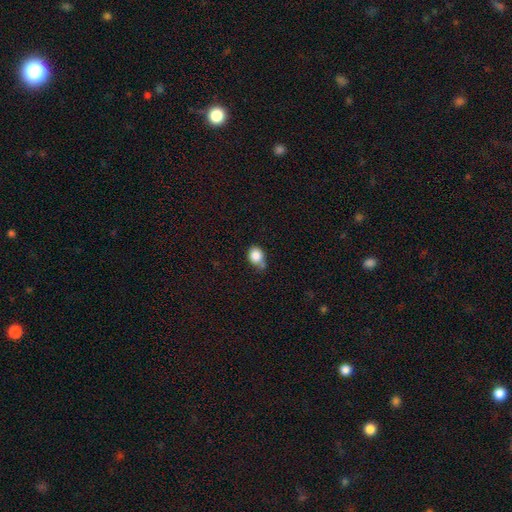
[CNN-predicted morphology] A smooth galaxy with no disk features (84%) that is round (55%).

Vote fractions:
- Smooth or featured? smooth: 84% / star or artifact: 9% / featured or disk: 6%
- How rounded? round: 55% / in between: 44% / cigar-shaped: 1%
- Merging? none: 46% / minor disturbance: 32% / merger: 14% / major disturbance: 8%